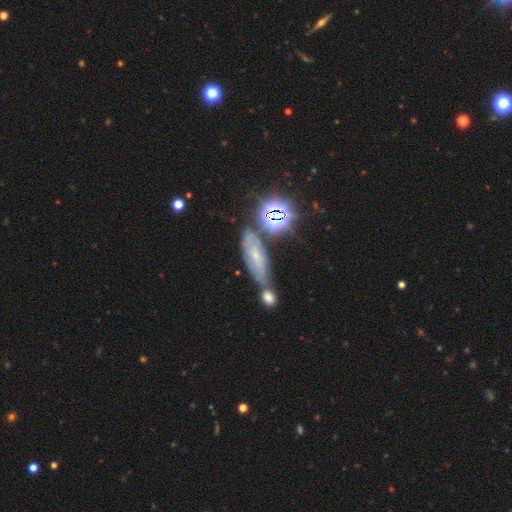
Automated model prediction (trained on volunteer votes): featured or disk 43%, star or artifact 31%, smooth 26%. Down the decision tree: merging — none (56%).